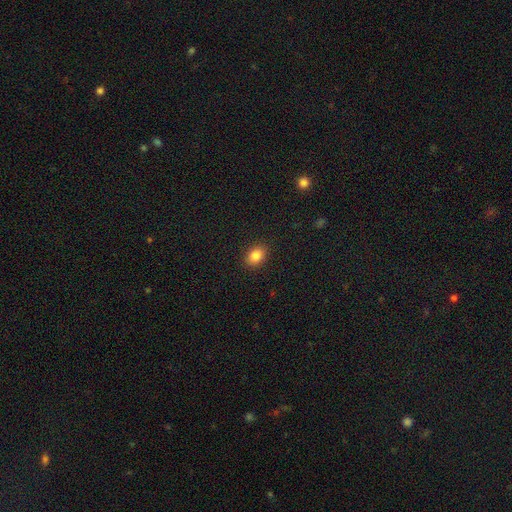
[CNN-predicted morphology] This appears to be a smooth galaxy with no disk features (85%) that is in between round and cigar-shaped (68%). Merging: none (89%).